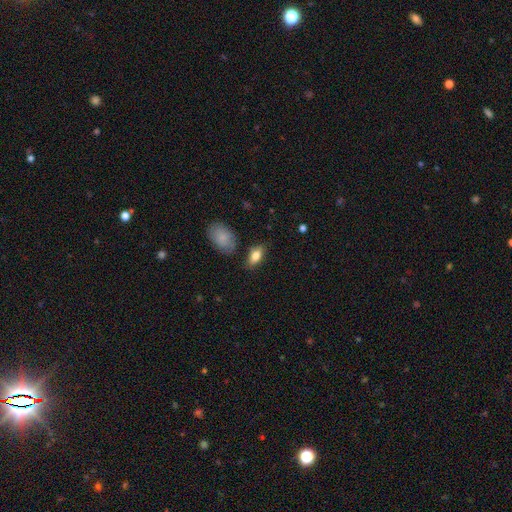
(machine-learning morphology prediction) smooth 80%, featured or disk 13%, star or artifact 7%. Down the decision tree: how rounded — in between (88%); merging — none (77%).